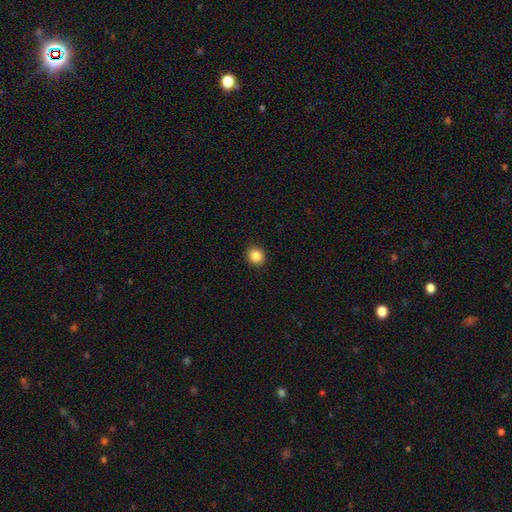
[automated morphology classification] Smooth or featured? Predicted: smooth (p=0.86). How rounded? Predicted: round (p=0.79). Merging? Predicted: none (p=0.91).